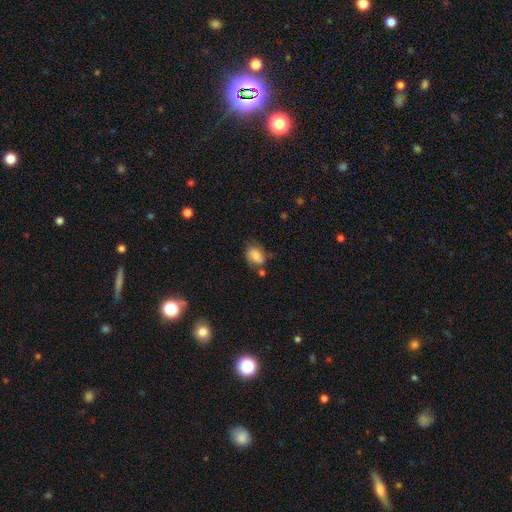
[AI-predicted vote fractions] A smooth galaxy with no disk features (72%) that is in between round and cigar-shaped (74%). Merging: none (52%).